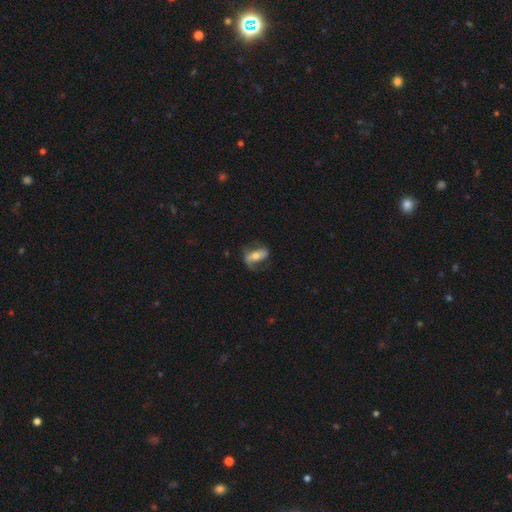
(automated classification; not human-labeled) smooth-or-featured: featured or disk: 55% | smooth: 38% | star or artifact: 7%
  disk-edge-on: no: 89% | yes: 11%
  merging: none: 57% | minor disturbance: 23% | major disturbance: 18% | merger: 2%